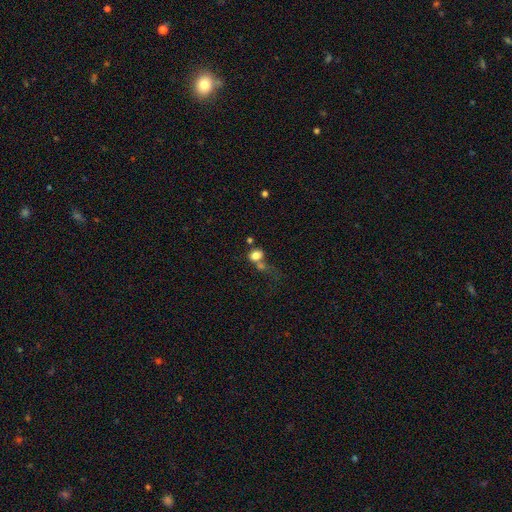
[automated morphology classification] Smooth or featured? Predicted: smooth (p=0.78). How rounded? Predicted: round (p=0.57). Merging? Predicted: merger (p=0.42).